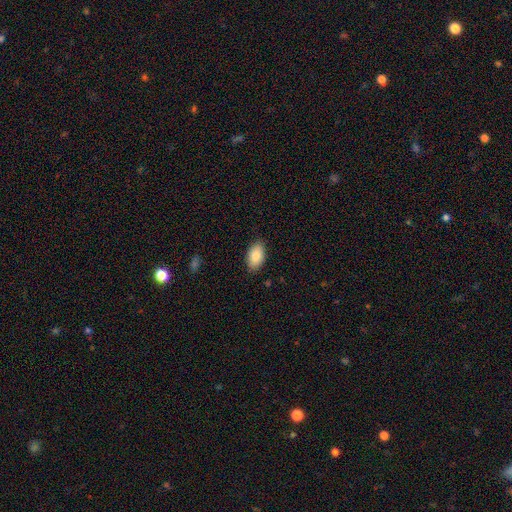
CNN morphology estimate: The model was most divided on "smooth or featured": smooth: 83%, featured or disk: 10%, star or artifact: 7%. More confident: how rounded — in between (93%); merging — none (87%).